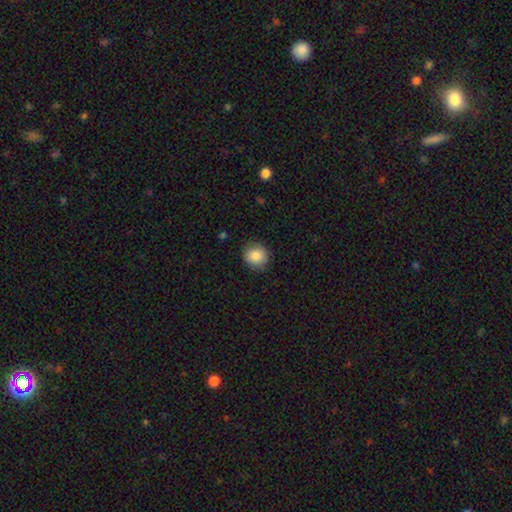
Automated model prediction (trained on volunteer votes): The model was most divided on "how rounded": round: 88%, in between: 12%, cigar-shaped: 1%. More confident: merging — none (87%); smooth or featured — smooth (86%).